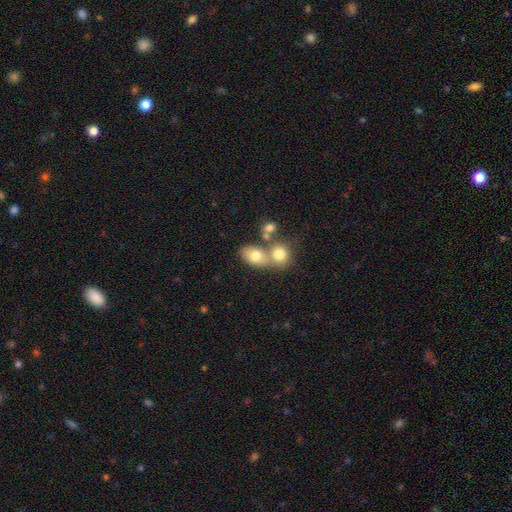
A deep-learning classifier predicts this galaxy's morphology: smooth_or_featured: smooth (p=0.74) [alt: featured or disk p=0.16]
how_rounded: in between (p=0.67) [alt: round p=0.31]
merging: merger (p=0.49) [alt: none p=0.37]